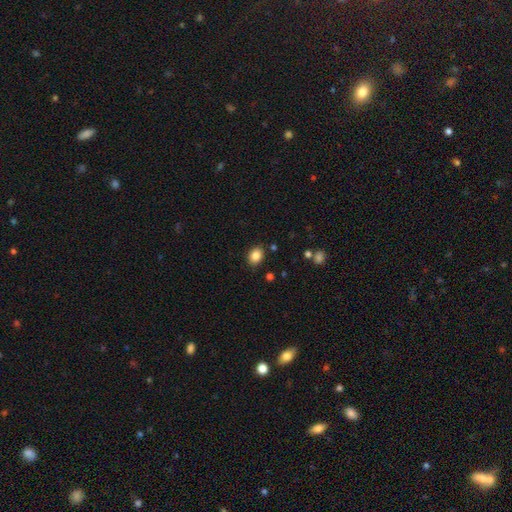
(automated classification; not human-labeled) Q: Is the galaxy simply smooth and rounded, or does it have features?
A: smooth — 86%.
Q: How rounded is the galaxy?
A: in between — 58%.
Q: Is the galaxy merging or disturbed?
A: none — 86%.